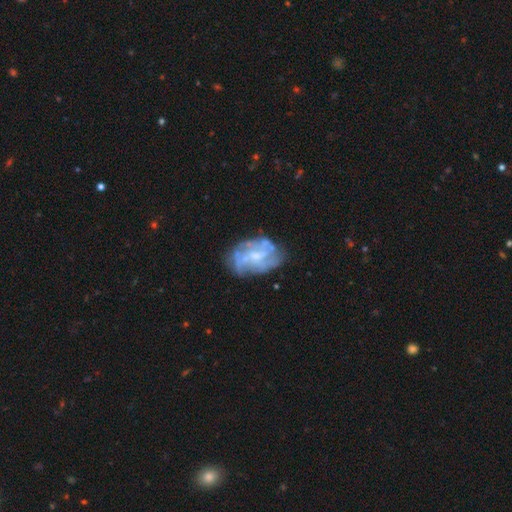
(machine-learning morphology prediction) Smooth or featured? Predicted: featured or disk (p=0.75). Edge-on disk? Predicted: no (p=0.97). Bar? Predicted: no (p=0.49). Spiral arms? Predicted: yes (p=0.67). Bulge size? Predicted: small (p=0.50). Merging? Predicted: none (p=0.62).